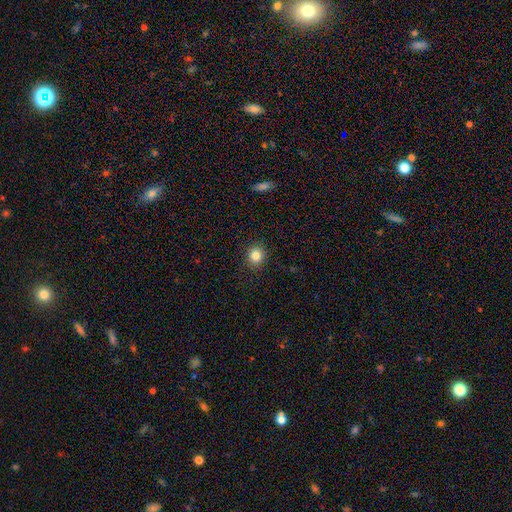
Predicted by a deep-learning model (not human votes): smooth-or-featured: smooth: 83% | star or artifact: 11% | featured or disk: 6%
  how-rounded: round: 85% | in between: 14% | cigar-shaped: 1%
  merging: none: 91% | minor disturbance: 6% | major disturbance: 2% | merger: 1%